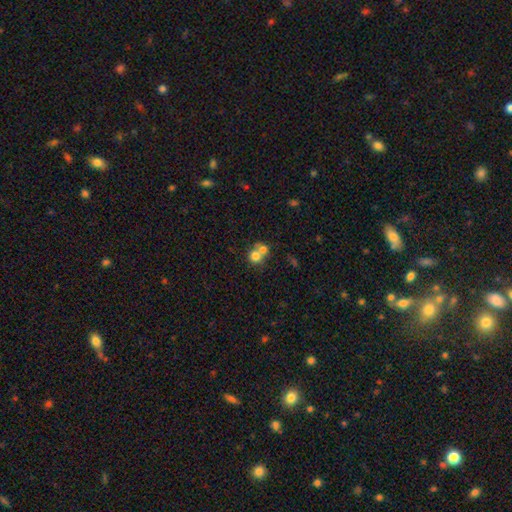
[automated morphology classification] type=smooth (73%); roundness=round (83%); merging=merger (59%).